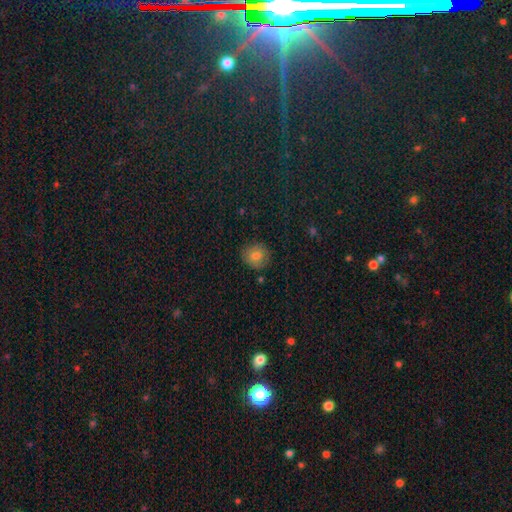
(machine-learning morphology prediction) A smooth galaxy with no disk features (78%) that is round (87%). Merging: none (83%).